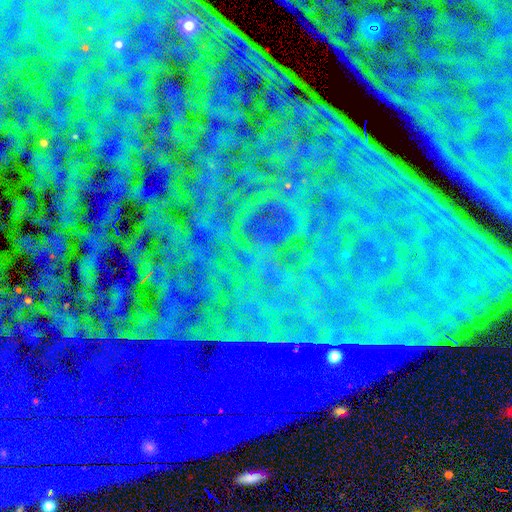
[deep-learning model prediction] Morphology: type=star or artifact (88%).